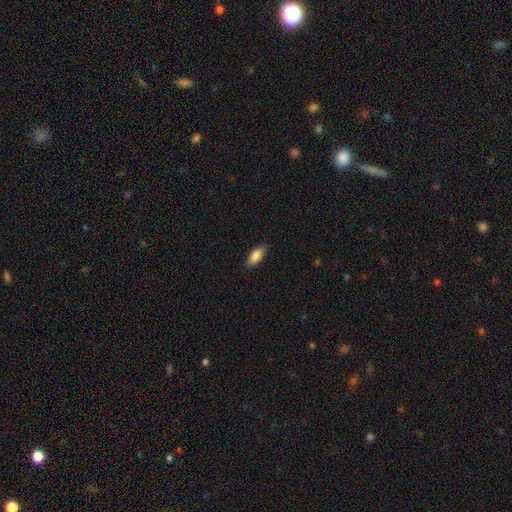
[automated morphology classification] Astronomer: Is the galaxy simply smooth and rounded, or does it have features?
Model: smooth — 86%.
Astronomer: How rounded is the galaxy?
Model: in between — 81%.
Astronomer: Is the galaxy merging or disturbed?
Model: none — 85%.